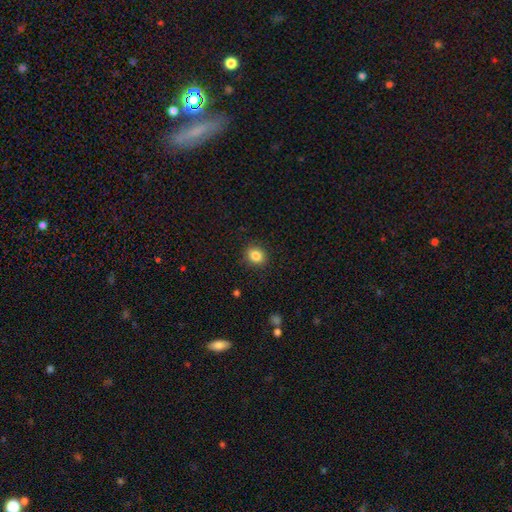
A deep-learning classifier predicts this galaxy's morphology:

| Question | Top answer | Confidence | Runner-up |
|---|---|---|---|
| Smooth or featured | smooth | 85% | star or artifact (10%) |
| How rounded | round | 70% | in between (29%) |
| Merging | none | 88% | minor disturbance (8%) |